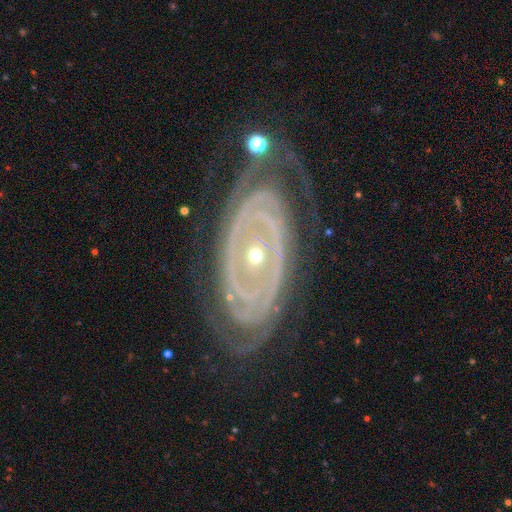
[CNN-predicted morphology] featured or disk 90%, star or artifact 5%, smooth 5%. Down the decision tree: edge-on disk — no (94%); bar — no (71%); spiral arms — yes (94%); spiral arm count — 2 (38%); spiral winding — tight (75%); bulge size — small (68%); merging — none (67%).